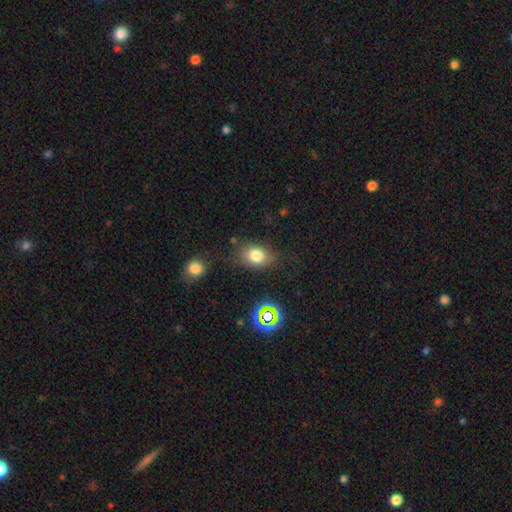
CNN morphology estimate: smooth 77%, star or artifact 12%, featured or disk 10%. Down the decision tree: how rounded — in between (62%); merging — none (70%).